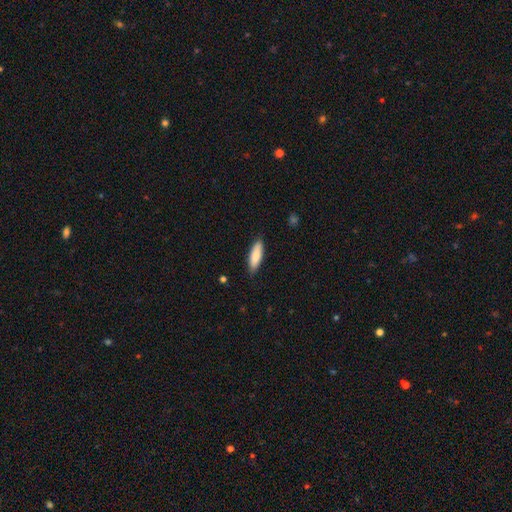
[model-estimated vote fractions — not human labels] A smooth galaxy with no disk features (84%) that is in between round and cigar-shaped (52%).

Vote fractions:
- Smooth or featured? smooth: 84% / featured or disk: 10% / star or artifact: 6%
- How rounded? in between: 52% / cigar-shaped: 47% / round: 2%
- Merging? none: 85% / minor disturbance: 12% / major disturbance: 2% / merger: 1%